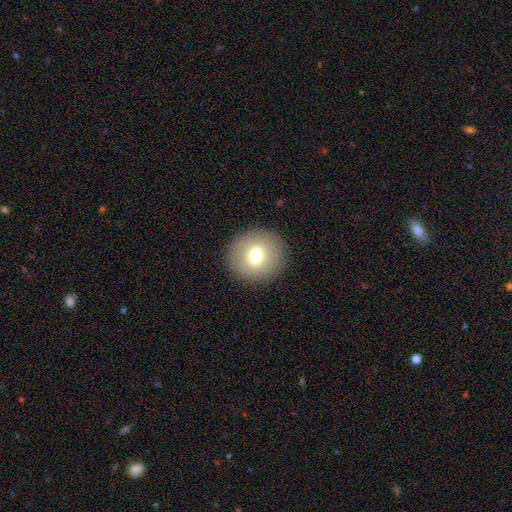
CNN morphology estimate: Smooth or featured?
  - smooth: 71% *
  - featured or disk: 19%
  - star or artifact: 10%
How rounded?
  - round: 91% *
  - in between: 8%
  - cigar-shaped: 1%
Merging?
  - none: 91% *
  - minor disturbance: 6%
  - major disturbance: 3%
  - merger: 1%